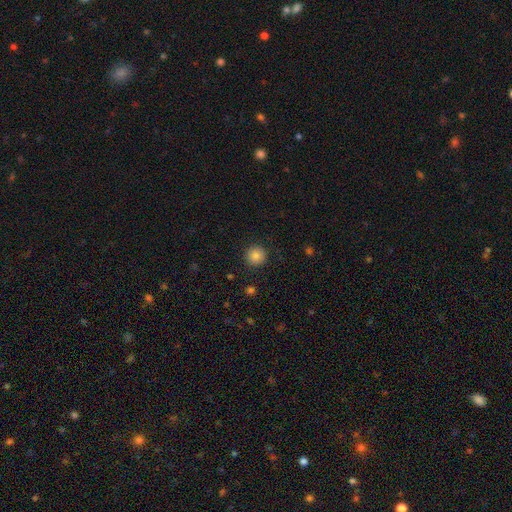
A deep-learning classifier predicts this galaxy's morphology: This appears to be a smooth galaxy with no disk features (85%) that is round (95%). Merging: none (92%).